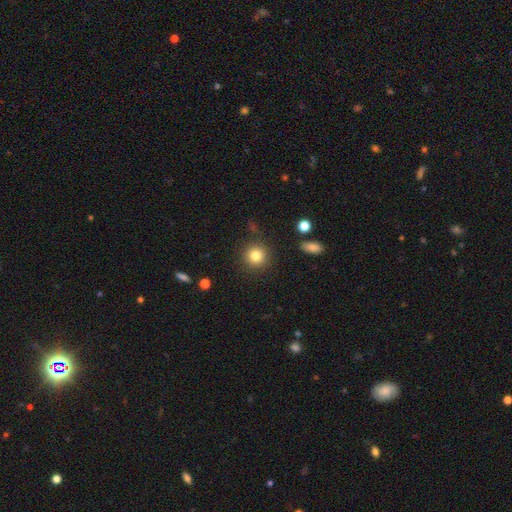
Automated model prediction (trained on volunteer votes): The model was most divided on "smooth or featured": smooth: 82%, star or artifact: 11%, featured or disk: 7%. More confident: how rounded — round (93%); merging — none (88%).